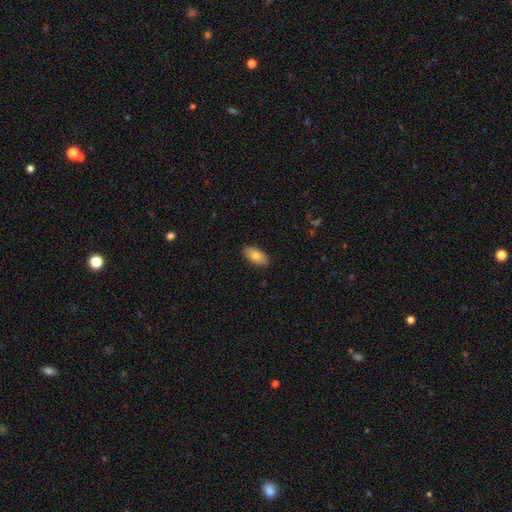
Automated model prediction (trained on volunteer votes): Overall: smooth (78%). How rounded: in between (93%). Merging: none (89%).